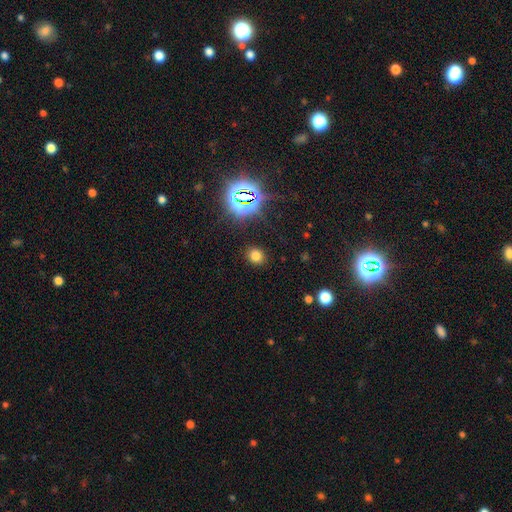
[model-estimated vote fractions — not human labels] Smooth or featured? Predicted: smooth (p=0.72). How rounded? Predicted: round (p=0.67). Merging? Predicted: none (p=0.88).